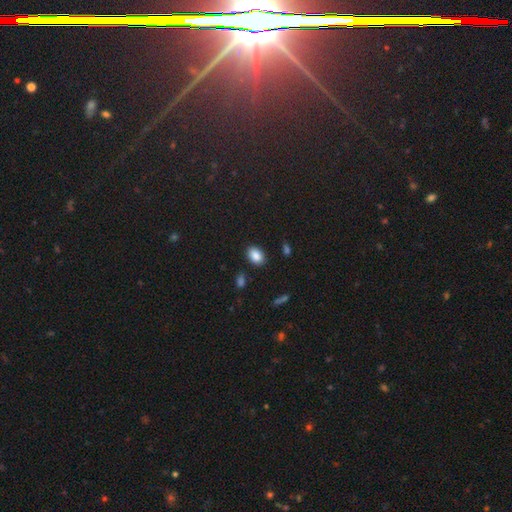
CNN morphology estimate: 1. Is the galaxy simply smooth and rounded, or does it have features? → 87% smooth, 8% star or artifact, 5% featured or disk.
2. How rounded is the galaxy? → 80% in between, 18% round, 1% cigar-shaped.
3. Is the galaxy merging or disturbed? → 86% none, 10% minor disturbance, 3% major disturbance, 2% merger.